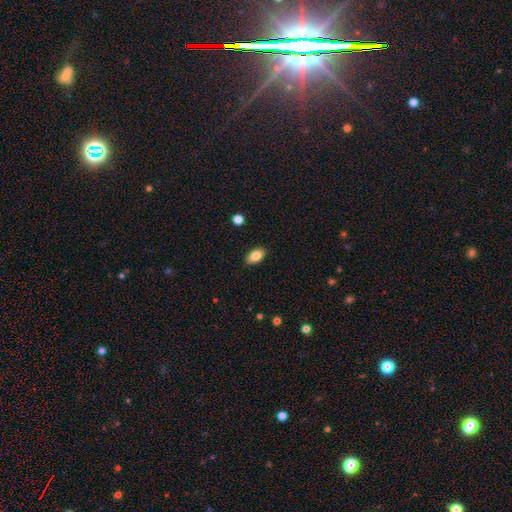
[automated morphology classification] type=smooth (86%); roundness=in between (93%); merging=none (89%).